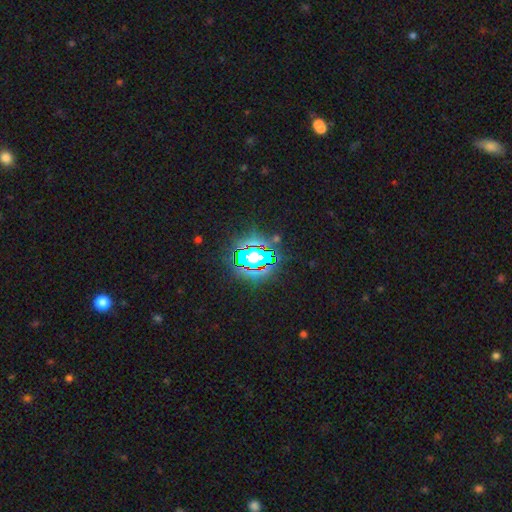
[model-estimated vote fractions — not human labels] Q: Smooth or featured?
A: star or artifact (69%); runner-up: smooth (19%)